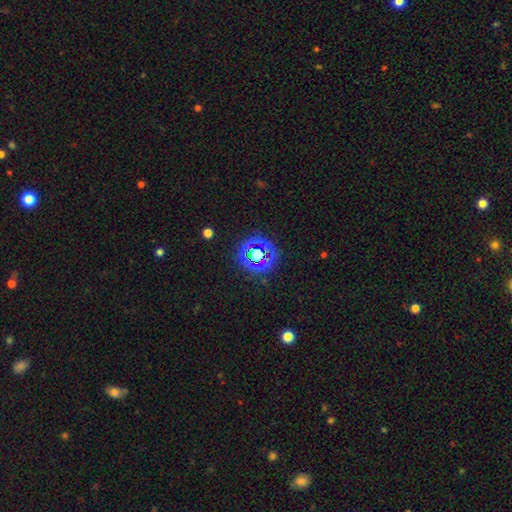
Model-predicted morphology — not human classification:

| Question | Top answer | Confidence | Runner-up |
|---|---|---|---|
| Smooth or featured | star or artifact | 64% | smooth (24%) |